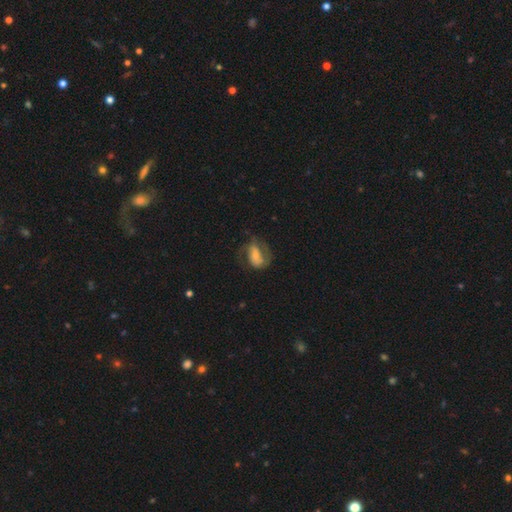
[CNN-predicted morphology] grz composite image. It shows a featured or disk galaxy (57%) with no bar (35%, tied with weak), spiral arms (80%) and a small central bulge (39%, tied with moderate). Merging: none (51%).